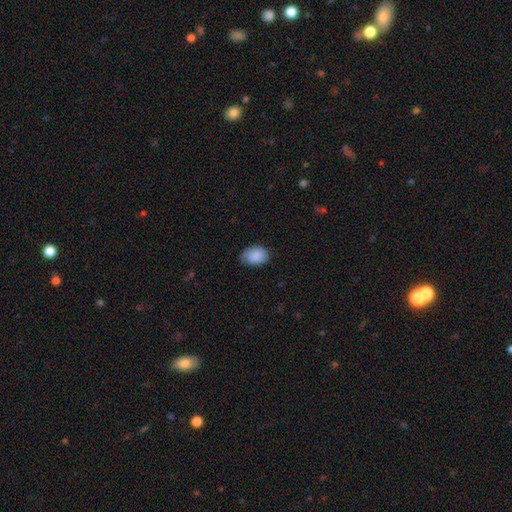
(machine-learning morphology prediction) Smooth or featured?
  - smooth: 89% *
  - star or artifact: 7%
  - featured or disk: 5%
How rounded?
  - in between: 78% *
  - round: 21%
  - cigar-shaped: 1%
Merging?
  - none: 70% *
  - minor disturbance: 25%
  - major disturbance: 4%
  - merger: 1%